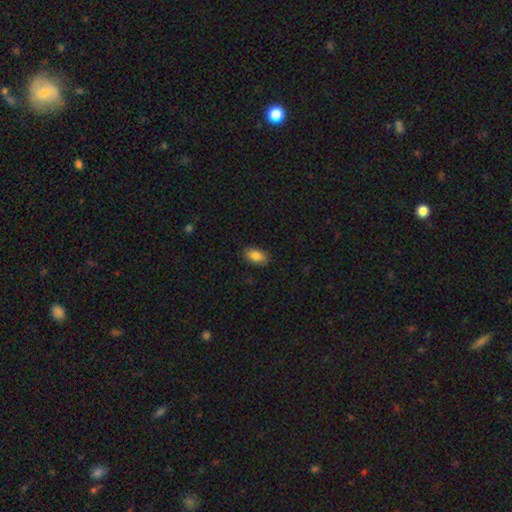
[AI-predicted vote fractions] A smooth galaxy with no disk features (86%) that is in between round and cigar-shaped (93%). Merging: none (88%).